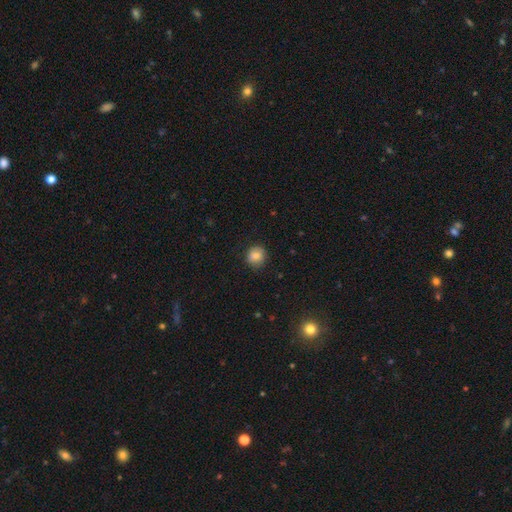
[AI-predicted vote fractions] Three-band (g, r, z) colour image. It shows a smooth galaxy with no disk features (81%) that is round (87%). Merging: none (86%).